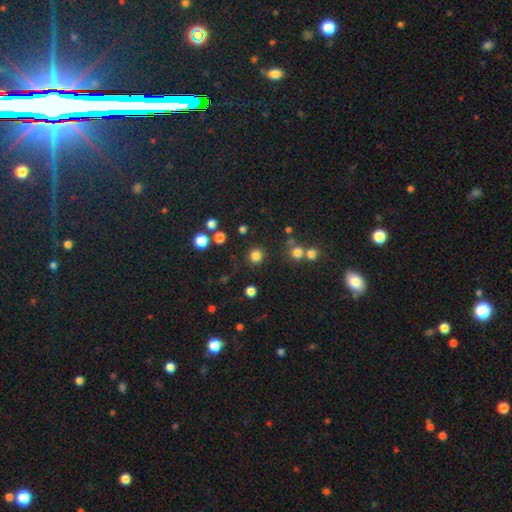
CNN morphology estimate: Q: Smooth or featured?
A: smooth (81%); runner-up: star or artifact (15%)
Q: How rounded?
A: round (94%); runner-up: in between (5%)
Q: Merging?
A: none (88%); runner-up: minor disturbance (6%)